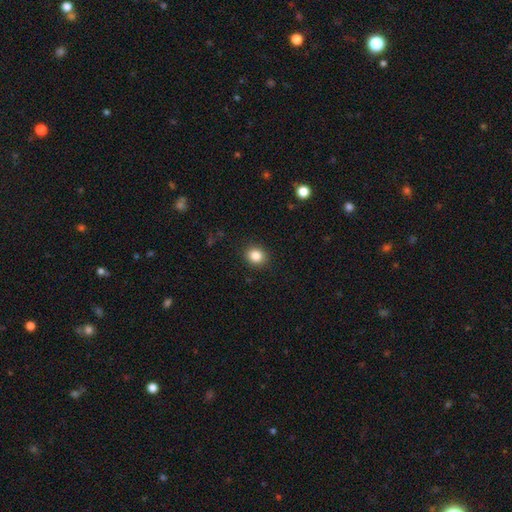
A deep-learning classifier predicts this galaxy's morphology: Overall: smooth (85%). How rounded: round (74%). Merging: none (90%).